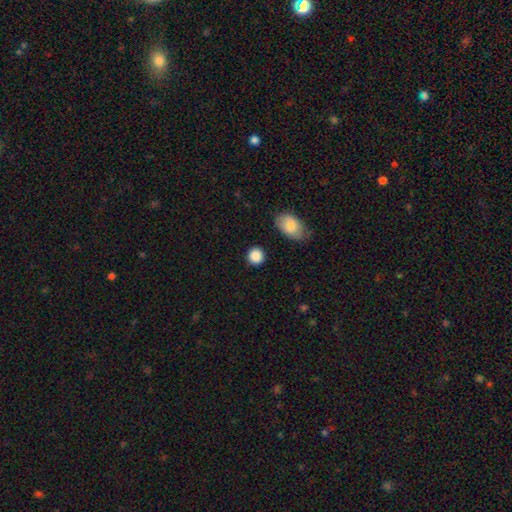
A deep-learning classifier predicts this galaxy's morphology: type=smooth (89%); roundness=round (87%); merging=none (87%).